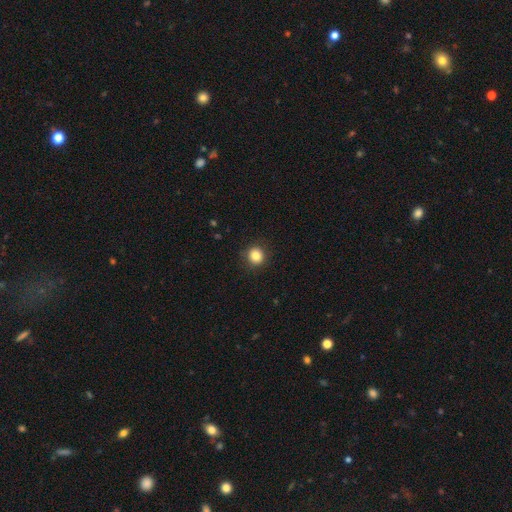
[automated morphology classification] This appears to be a smooth galaxy with no disk features (83%) that is round (91%). Merging: none (89%).